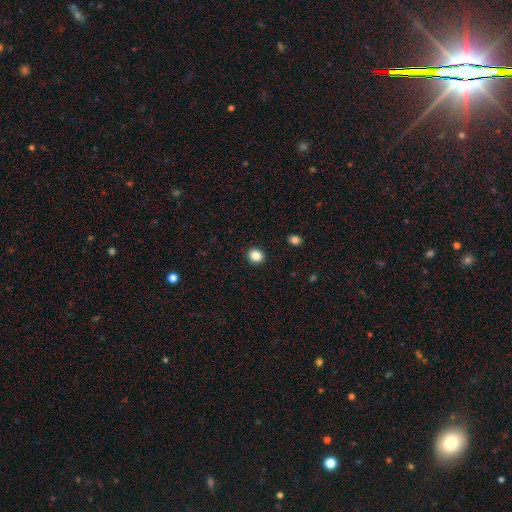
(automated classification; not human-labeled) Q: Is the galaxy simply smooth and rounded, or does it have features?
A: smooth — 85%.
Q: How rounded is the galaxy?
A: round — 76%.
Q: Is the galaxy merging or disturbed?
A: none — 92%.